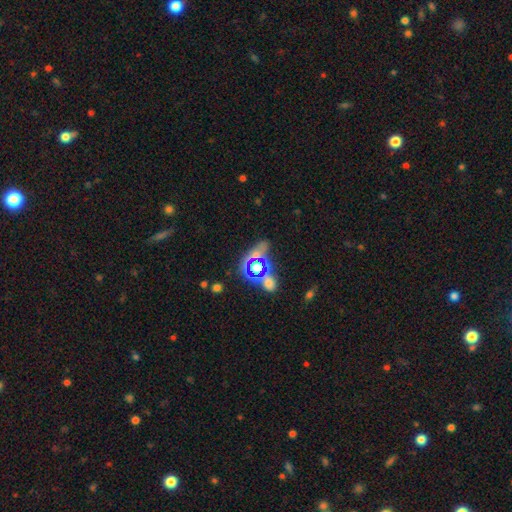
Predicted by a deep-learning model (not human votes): star or artifact 63%, smooth 24%, featured or disk 13%.